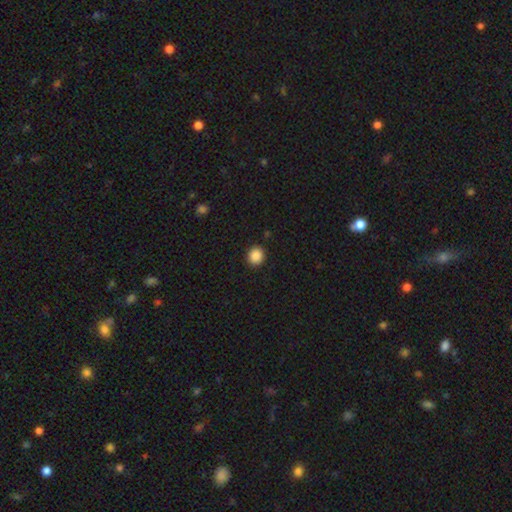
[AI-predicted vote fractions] Smooth or featured: smooth — 88% (star or artifact — 9%)
How rounded: round — 90% (in between — 9%)
Merging: none — 92% (minor disturbance — 5%)